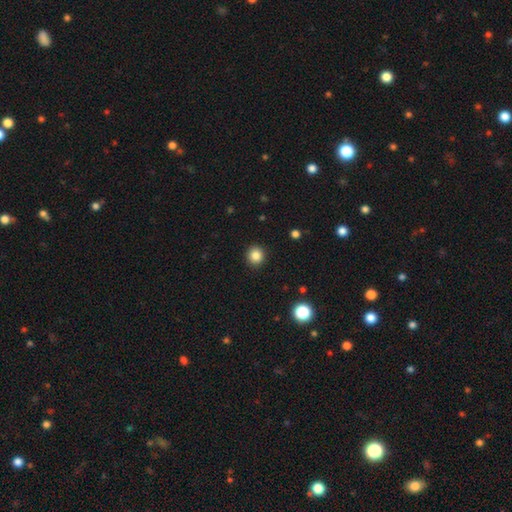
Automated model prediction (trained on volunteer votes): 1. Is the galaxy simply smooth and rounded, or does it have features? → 85% smooth, 11% star or artifact, 4% featured or disk.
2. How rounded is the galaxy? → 92% round, 7% in between, 1% cigar-shaped.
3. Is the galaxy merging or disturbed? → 92% none, 5% minor disturbance, 2% major disturbance, 1% merger.